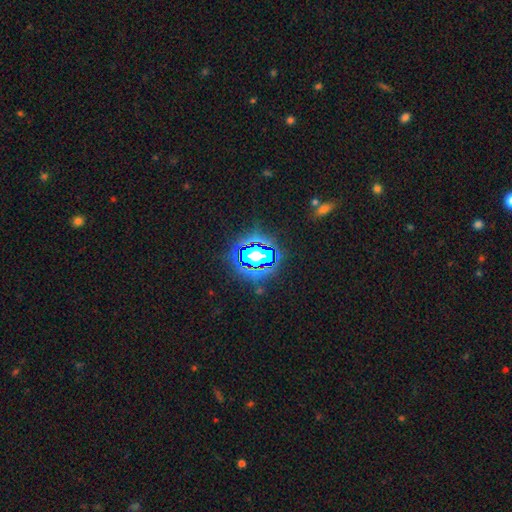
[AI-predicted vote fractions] This is clearly a star or artifact rather than a galaxy (80%).